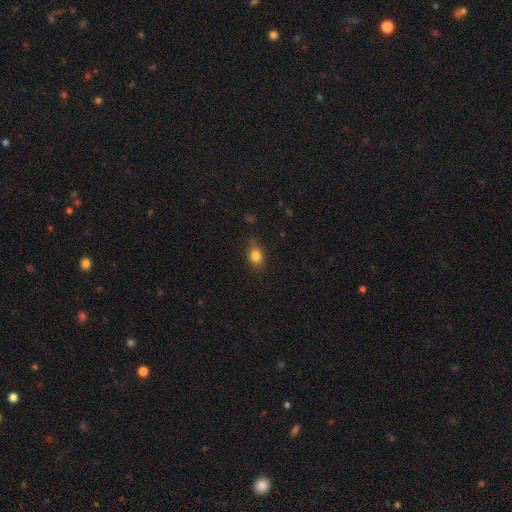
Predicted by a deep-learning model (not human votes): Smooth or featured: smooth — 83% (star or artifact — 10%)
How rounded: in between — 66% (round — 32%)
Merging: none — 81% (minor disturbance — 15%)